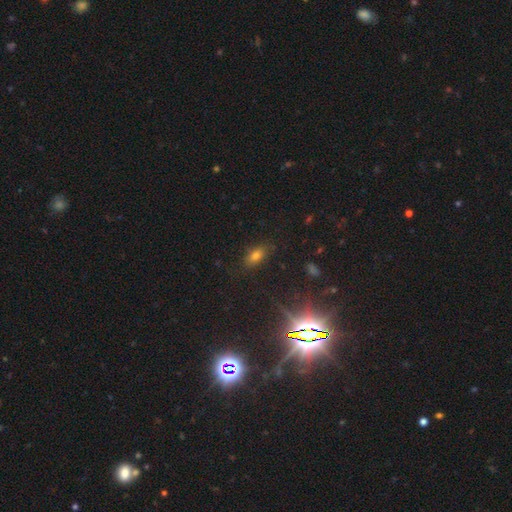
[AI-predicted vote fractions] Overall: smooth (63%; star or artifact 25%). How rounded: in between (84%). Merging: none (82%).